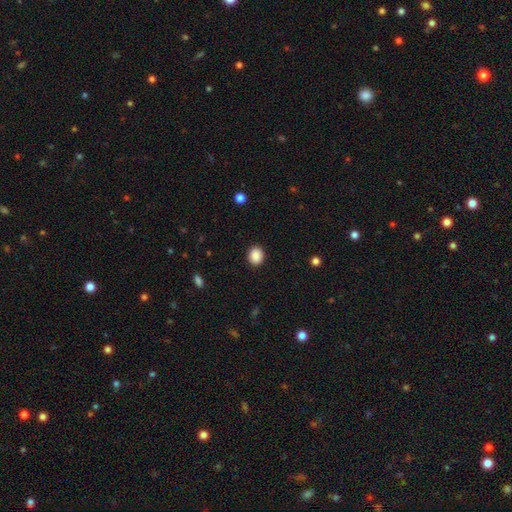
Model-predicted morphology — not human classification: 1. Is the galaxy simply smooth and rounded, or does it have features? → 88% smooth, 9% star or artifact, 3% featured or disk.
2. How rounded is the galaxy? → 68% round, 31% in between, 1% cigar-shaped.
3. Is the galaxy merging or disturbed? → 91% none, 6% minor disturbance, 2% major disturbance, 1% merger.